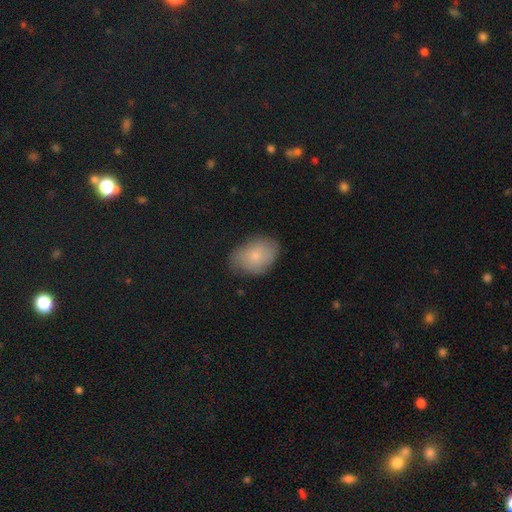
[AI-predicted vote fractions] smooth-or-featured: smooth: 79% | featured or disk: 13% | star or artifact: 7%
  how-rounded: in between: 80% | round: 18% | cigar-shaped: 1%
  merging: none: 72% | minor disturbance: 22% | major disturbance: 5% | merger: 1%